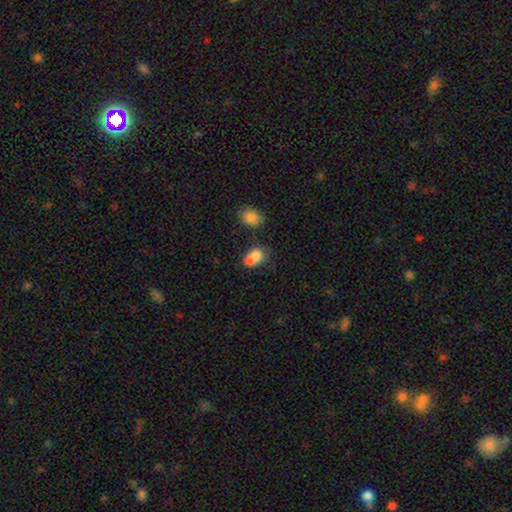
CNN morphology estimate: Q: Smooth or featured?
A: smooth (74%); runner-up: featured or disk (16%)
Q: How rounded?
A: in between (60%); runner-up: round (38%)
Q: Merging?
A: merger (60%); runner-up: none (25%)